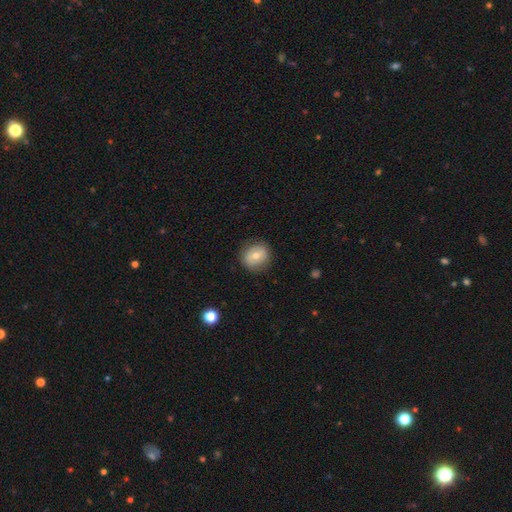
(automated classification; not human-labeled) smooth_or_featured: smooth (p=0.66) [alt: featured or disk p=0.25]
how_rounded: round (p=0.76) [alt: in between p=0.23]
merging: none (p=0.83) [alt: minor disturbance p=0.12]